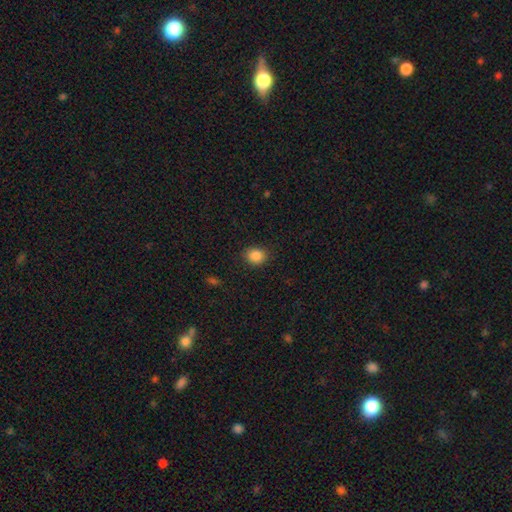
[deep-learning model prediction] This is clearly a smooth galaxy (87%). How rounded: possibly round (60%). Merging: clearly none (86%).